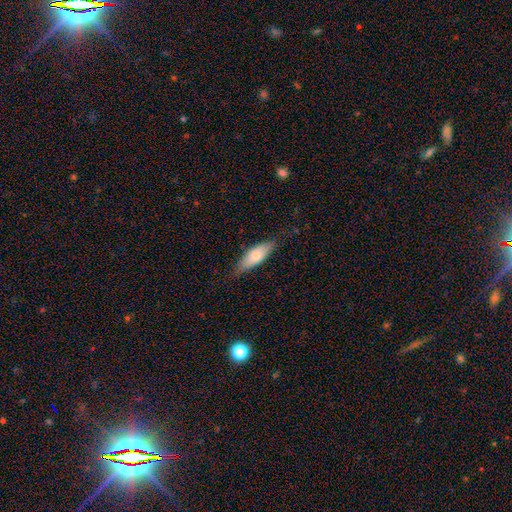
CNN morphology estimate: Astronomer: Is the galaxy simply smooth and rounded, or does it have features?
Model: smooth — 69%.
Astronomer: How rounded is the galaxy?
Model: in between — 63%.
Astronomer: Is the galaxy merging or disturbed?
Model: none — 77%.